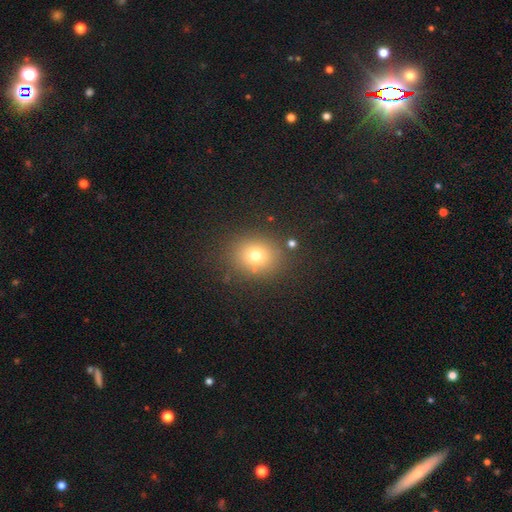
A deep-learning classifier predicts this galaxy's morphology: A smooth galaxy with no disk features (73%) that is round (65%).

Vote fractions:
- Smooth or featured? smooth: 73% / star or artifact: 16% / featured or disk: 11%
- How rounded? round: 65% / in between: 34% / cigar-shaped: 1%
- Merging? none: 82% / minor disturbance: 10% / major disturbance: 4% / merger: 3%